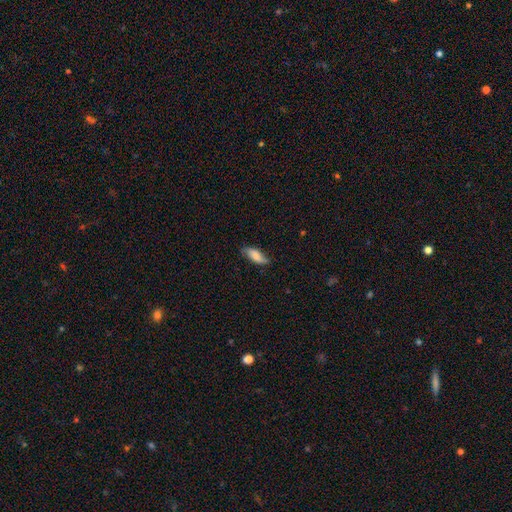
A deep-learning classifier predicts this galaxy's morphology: A smooth galaxy with no disk features (72%) that is in between round and cigar-shaped (70%).

Vote fractions:
- Smooth or featured? smooth: 72% / featured or disk: 21% / star or artifact: 7%
- How rounded? in between: 70% / cigar-shaped: 27% / round: 2%
- Merging? none: 72% / minor disturbance: 22% / major disturbance: 5% / merger: 1%